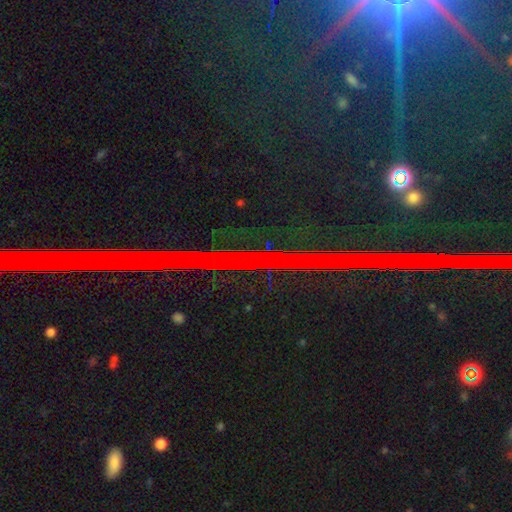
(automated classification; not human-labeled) smooth_or_featured: star or artifact (p=0.84) [alt: featured or disk p=0.10]